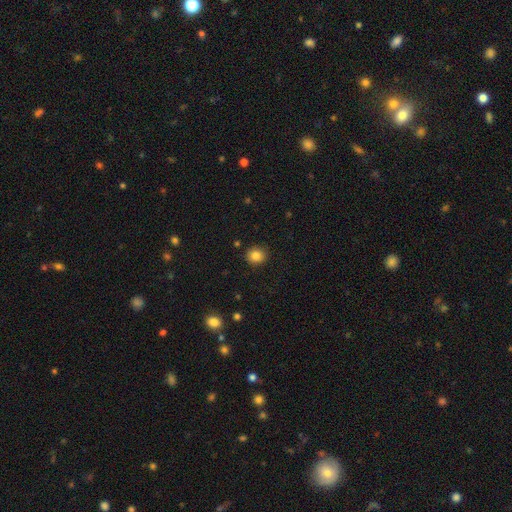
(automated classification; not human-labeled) smooth 84%, star or artifact 11%, featured or disk 5%. Down the decision tree: how rounded — round (85%); merging — none (90%).